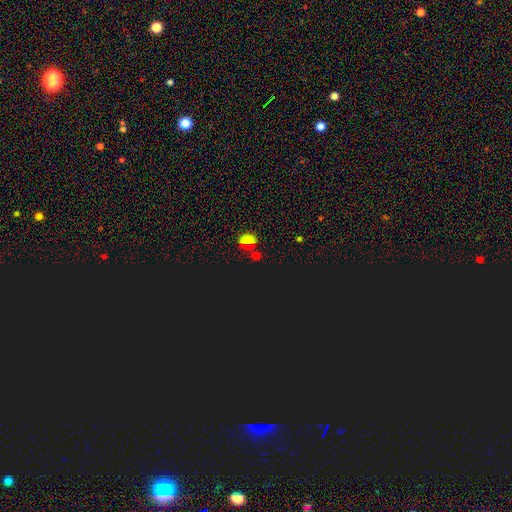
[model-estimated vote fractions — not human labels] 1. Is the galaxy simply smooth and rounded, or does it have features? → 67% star or artifact, 26% smooth, 7% featured or disk.